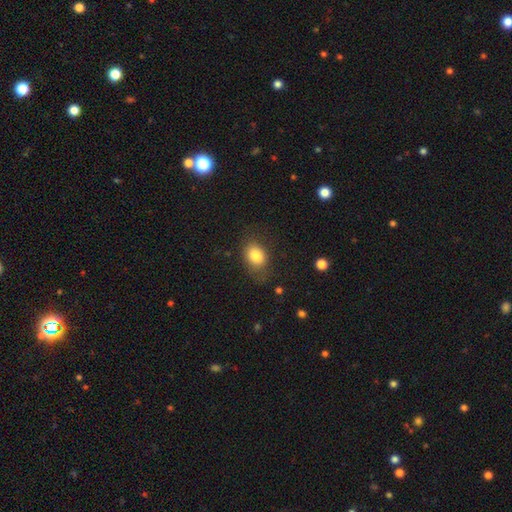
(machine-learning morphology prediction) Smooth or featured: smooth — 82% (star or artifact — 9%)
How rounded: in between — 69% (round — 30%)
Merging: none — 66% (minor disturbance — 22%)